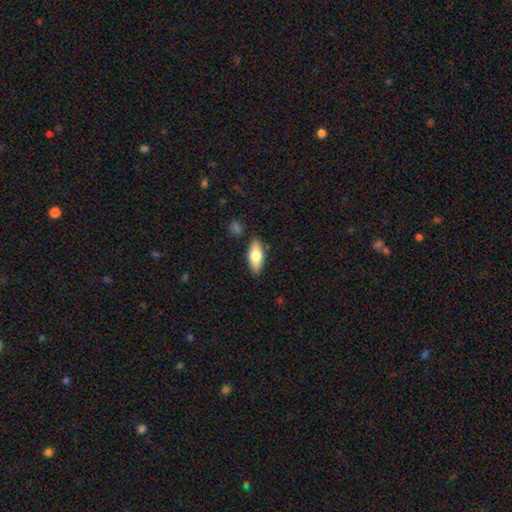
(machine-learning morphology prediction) Smooth or featured? smooth (69%)
How rounded? in between (78%)
Merging? none (83%)